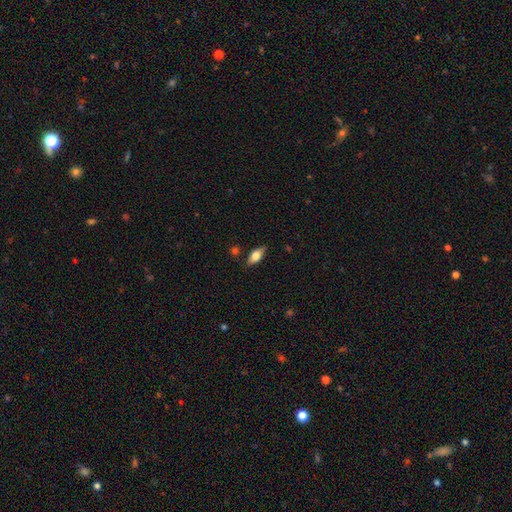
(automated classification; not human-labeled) A smooth galaxy with no disk features (66%) that is in between round and cigar-shaped (82%).

Vote fractions:
- Smooth or featured? smooth: 66% / featured or disk: 26% / star or artifact: 7%
- How rounded? in between: 82% / cigar-shaped: 14% / round: 4%
- Merging? none: 82% / minor disturbance: 13% / major disturbance: 3% / merger: 2%